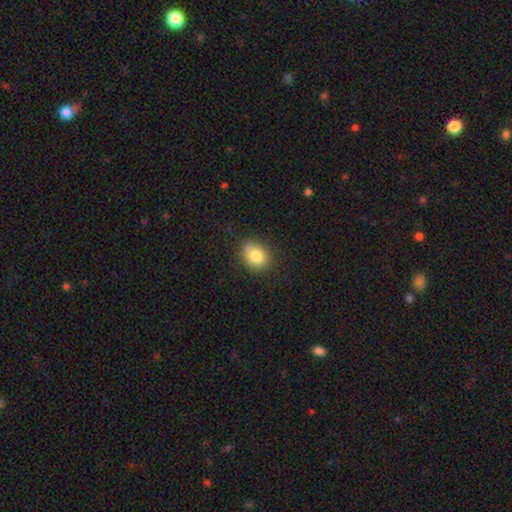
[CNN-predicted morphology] smooth_or_featured: smooth (p=0.82) [alt: star or artifact p=0.09]
how_rounded: in between (p=0.53) [alt: round p=0.46]
merging: none (p=0.79) [alt: minor disturbance p=0.16]